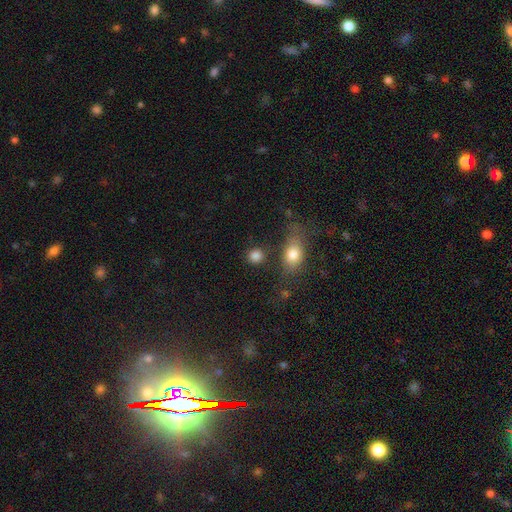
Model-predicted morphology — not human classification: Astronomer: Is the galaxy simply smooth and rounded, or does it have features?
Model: smooth — 85%.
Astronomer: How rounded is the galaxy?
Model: round — 85%.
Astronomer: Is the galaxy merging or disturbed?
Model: none — 78%.